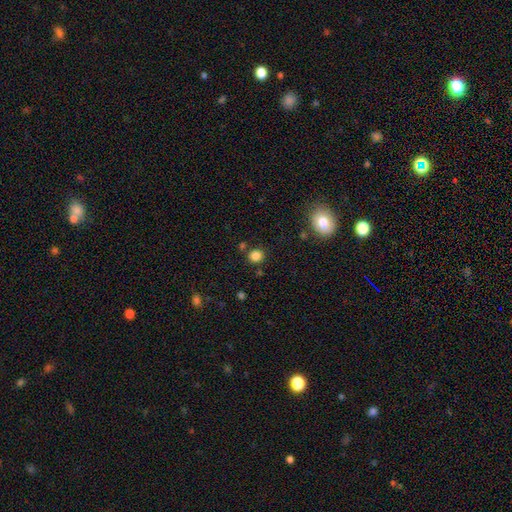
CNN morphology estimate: This appears to be a smooth galaxy with no disk features (83%) that is round (84%). Merging: none (82%).